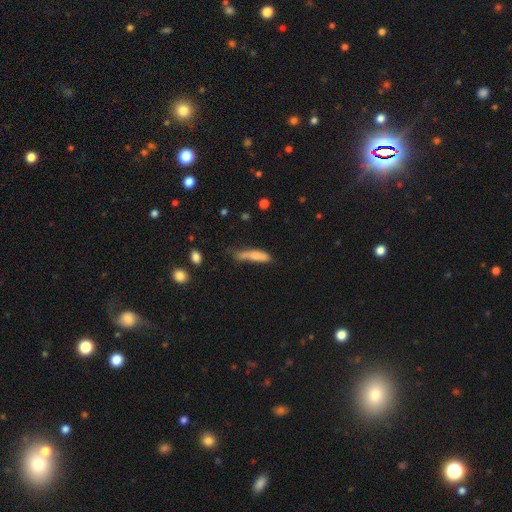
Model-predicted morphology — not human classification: type=smooth (71%); roundness=cigar-shaped (71%); merging=none (36%).